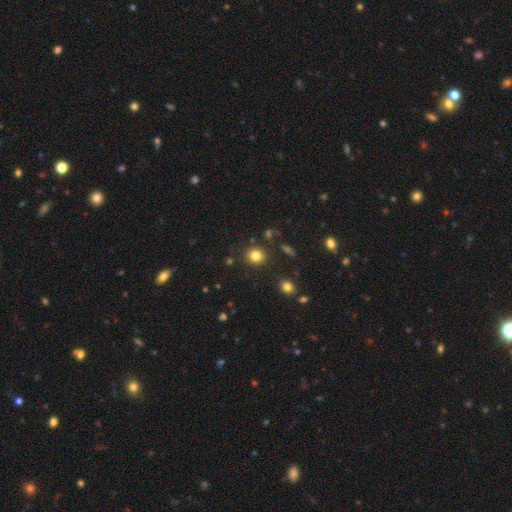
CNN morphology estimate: Overall: smooth (82%). How rounded: round (83%). Merging: none (87%).